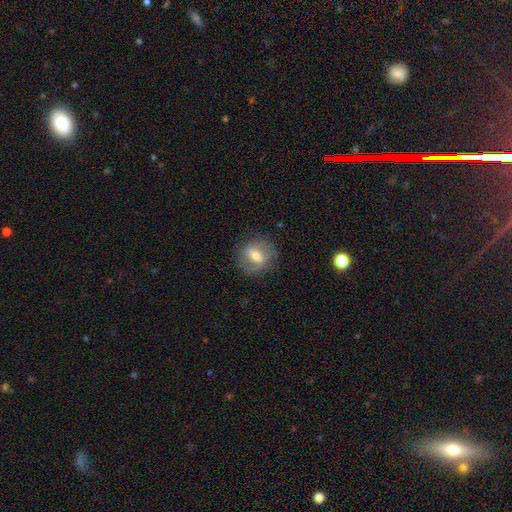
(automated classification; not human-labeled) Smooth or featured? featured or disk (52%)
Edge-on disk? no (93%)
Merging? none (78%)